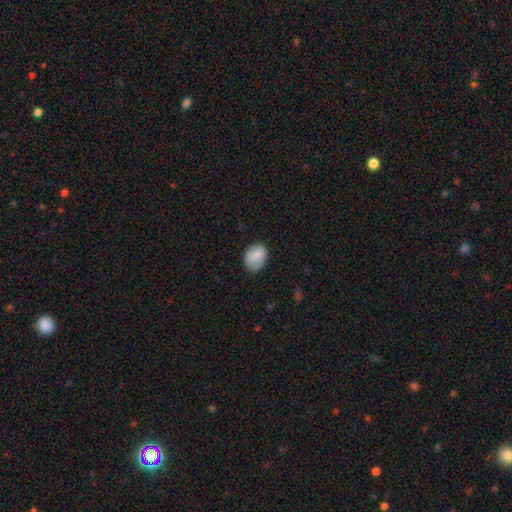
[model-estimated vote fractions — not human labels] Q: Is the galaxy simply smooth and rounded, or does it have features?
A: smooth — 80%.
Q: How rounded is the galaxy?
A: in between — 71%.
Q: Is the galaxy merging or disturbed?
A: none — 75%.